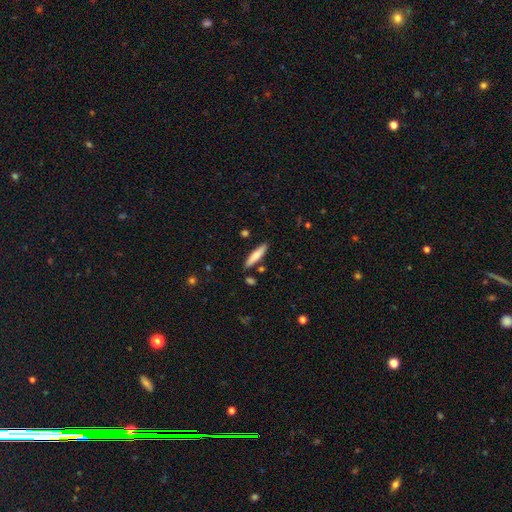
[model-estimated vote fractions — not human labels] smooth-or-featured: smooth: 76% | featured or disk: 19% | star or artifact: 6%
  how-rounded: cigar-shaped: 82% | in between: 16% | round: 1%
  merging: none: 85% | minor disturbance: 9% | merger: 4% | major disturbance: 2%